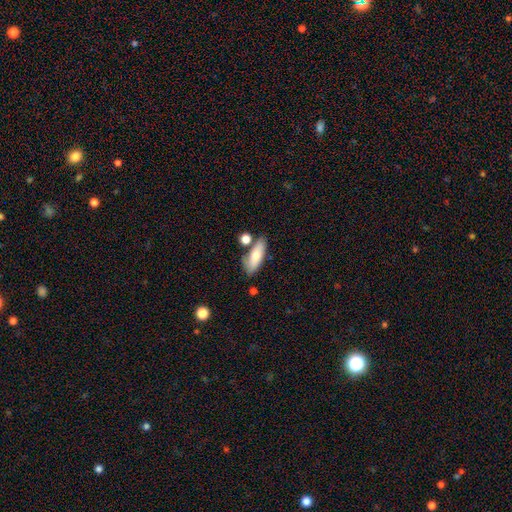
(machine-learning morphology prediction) Smooth or featured? Predicted: smooth (p=0.73). How rounded? Predicted: in between (p=0.69). Merging? Predicted: none (p=0.68).